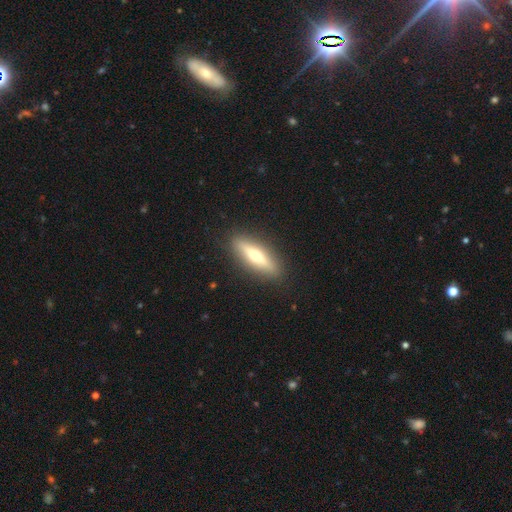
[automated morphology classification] Smooth or featured: featured or disk — 55% (smooth — 39%)
Edge-on disk: yes — 88% (no — 12%)
Merging: none — 90% (minor disturbance — 7%)